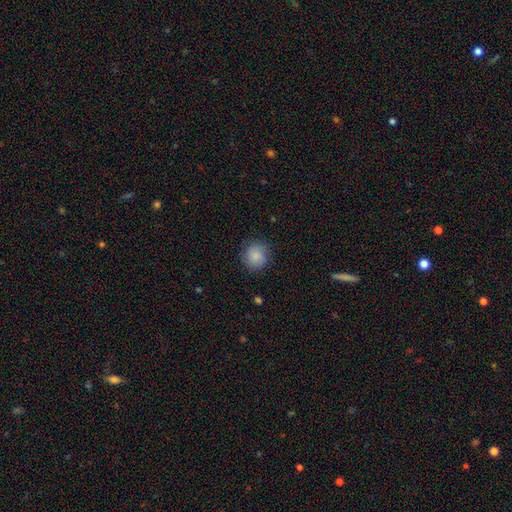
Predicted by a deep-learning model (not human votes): Q: Smooth or featured?
A: smooth (87%); runner-up: star or artifact (8%)
Q: How rounded?
A: round (89%); runner-up: in between (10%)
Q: Merging?
A: none (85%); runner-up: minor disturbance (11%)